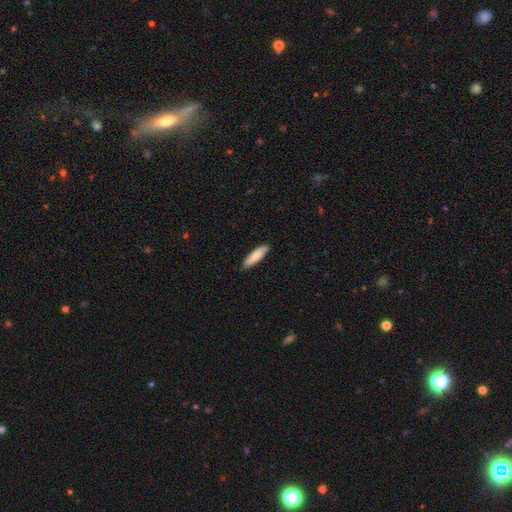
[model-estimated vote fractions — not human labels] This appears to be a smooth galaxy with no disk features (82%) that is cigar-shaped (67%). Merging: none (85%).